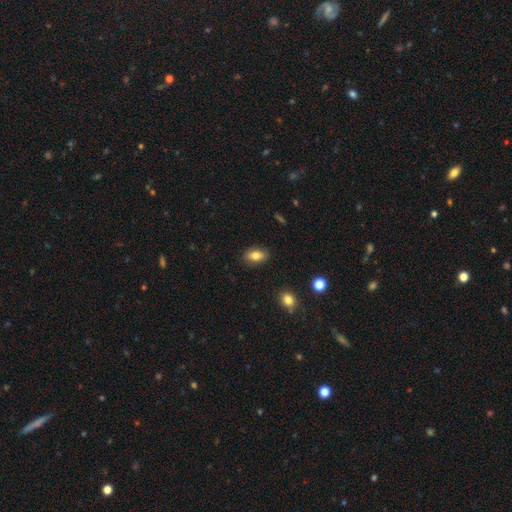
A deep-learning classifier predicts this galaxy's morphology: This appears to be a smooth galaxy with no disk features (78%) that is in between round and cigar-shaped (88%). Merging: none (86%).